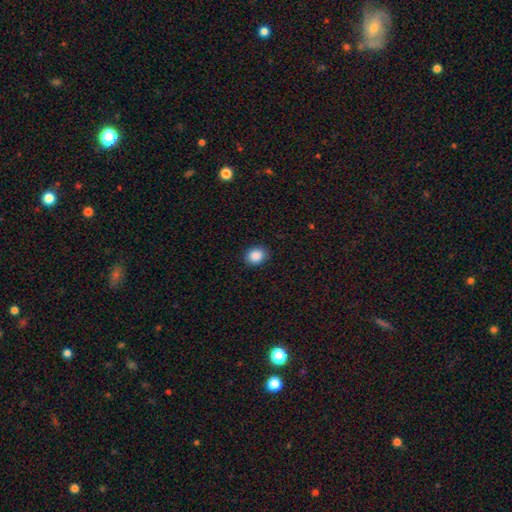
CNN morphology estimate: type=smooth (88%); roundness=round (56%); merging=none (89%).